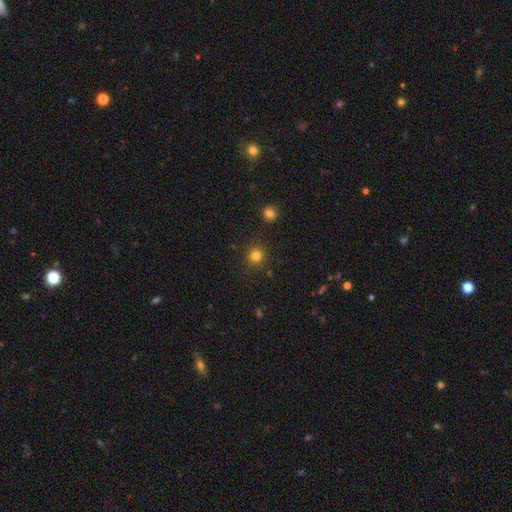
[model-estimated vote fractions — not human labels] Overall: smooth (80%). How rounded: round (91%). Merging: none (89%).